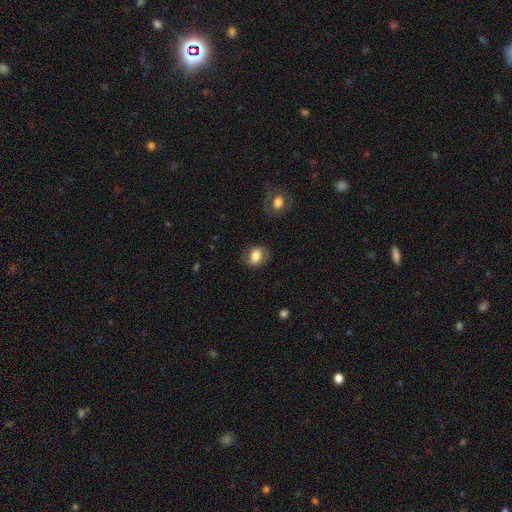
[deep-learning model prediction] A smooth galaxy with no disk features (66%) that is in between round and cigar-shaped (66%).

Vote fractions:
- Smooth or featured? smooth: 66% / featured or disk: 26% / star or artifact: 8%
- How rounded? in between: 66% / round: 32% / cigar-shaped: 2%
- Merging? none: 75% / minor disturbance: 17% / major disturbance: 7% / merger: 2%